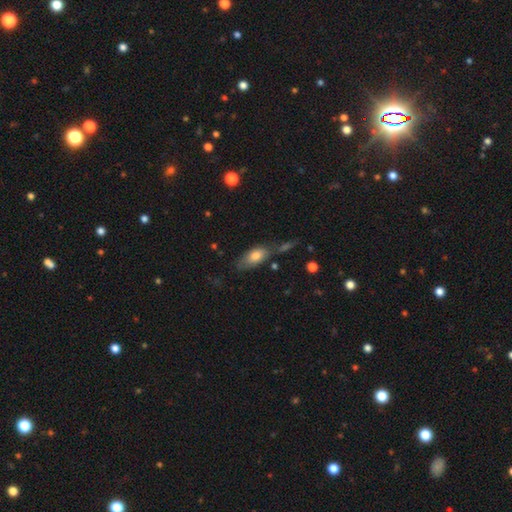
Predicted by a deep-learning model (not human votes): Smooth or featured?
  - smooth: 75% *
  - featured or disk: 18%
  - star or artifact: 7%
How rounded?
  - in between: 83% *
  - cigar-shaped: 13%
  - round: 3%
Merging?
  - none: 53% *
  - minor disturbance: 23%
  - merger: 15%
  - major disturbance: 9%